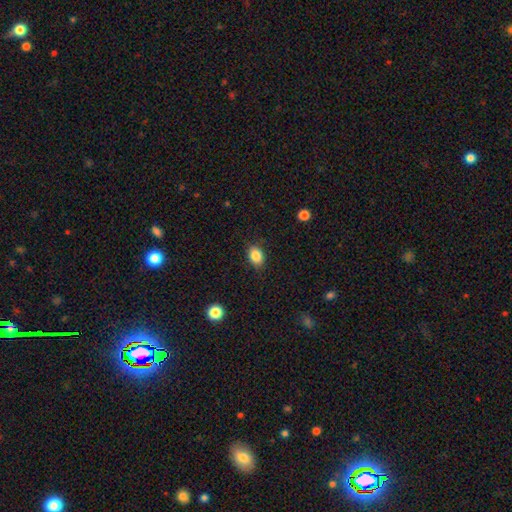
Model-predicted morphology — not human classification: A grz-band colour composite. It shows a smooth galaxy with no disk features (85%) that is in between round and cigar-shaped (74%). Merging: none (85%).